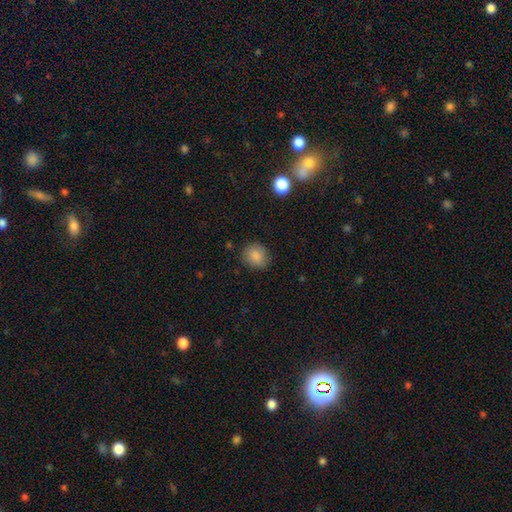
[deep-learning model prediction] smooth 86%, star or artifact 9%, featured or disk 5%. Down the decision tree: how rounded — round (81%); merging — none (85%).